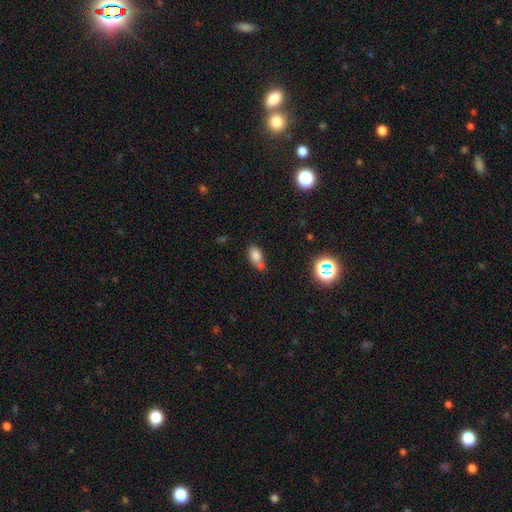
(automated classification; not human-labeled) Q: Smooth or featured?
A: smooth (76%); runner-up: star or artifact (13%)
Q: How rounded?
A: in between (83%); runner-up: cigar-shaped (10%)
Q: Merging?
A: none (38%); runner-up: minor disturbance (31%)